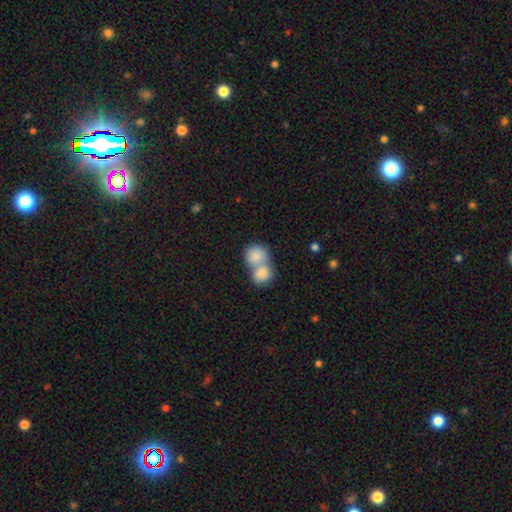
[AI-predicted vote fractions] A smooth galaxy with no disk features (84%) that is round (70%). Merging: merger (71%).